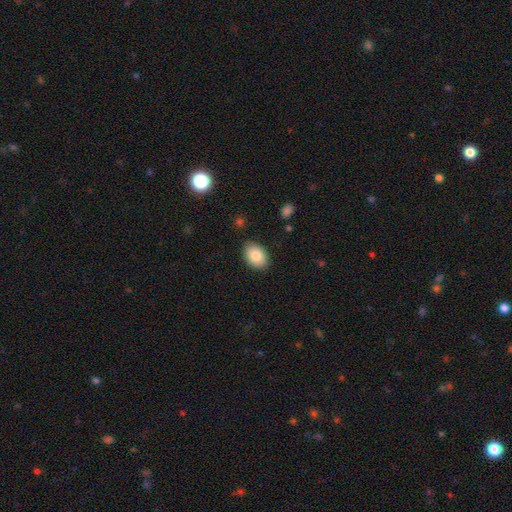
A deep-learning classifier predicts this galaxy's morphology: smooth 85%, featured or disk 8%, star or artifact 7%. Down the decision tree: how rounded — in between (84%); merging — none (86%).